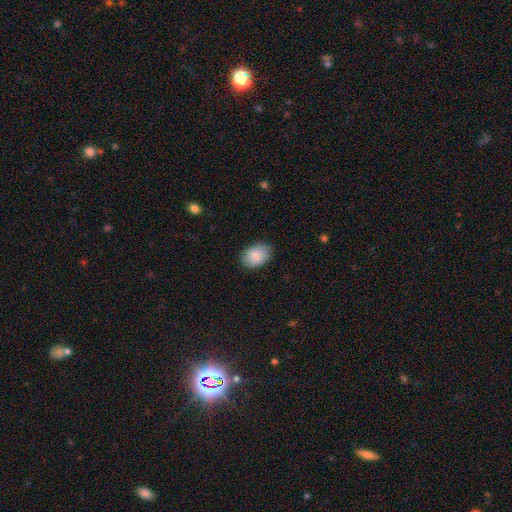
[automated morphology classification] Smooth or featured? smooth (87%)
How rounded? in between (85%)
Merging? none (84%)